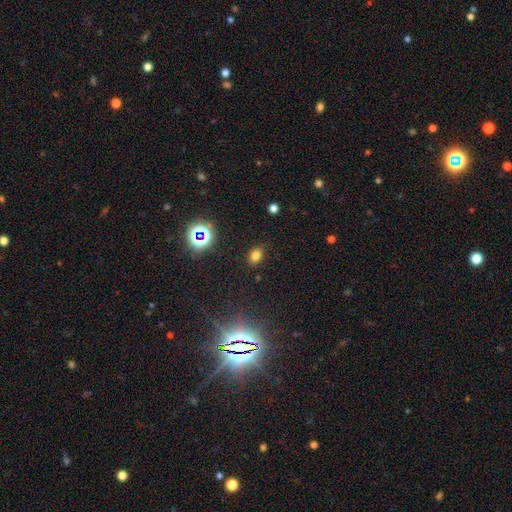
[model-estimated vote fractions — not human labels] smooth 72%, star or artifact 21%, featured or disk 7%. Down the decision tree: how rounded — in between (71%); merging — none (85%).